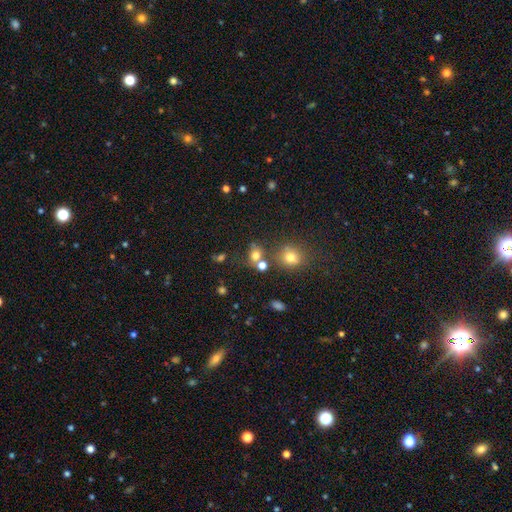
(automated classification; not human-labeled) Smooth or featured: smooth — 69% (star or artifact — 20%)
How rounded: round — 66% (in between — 32%)
Merging: none — 54% (merger — 25%)